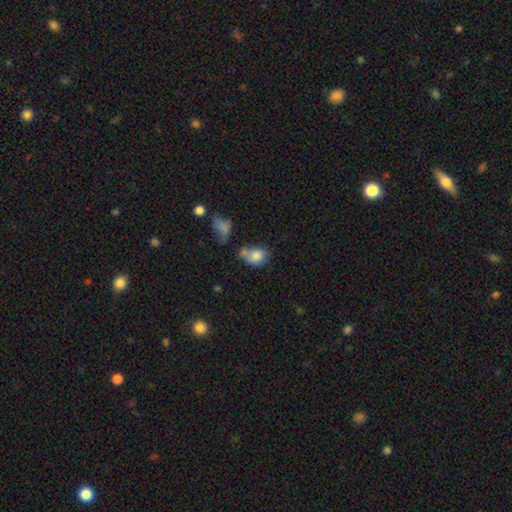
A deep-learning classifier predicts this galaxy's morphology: type=smooth (78%); roundness=in between (61%); merging=none (38%).